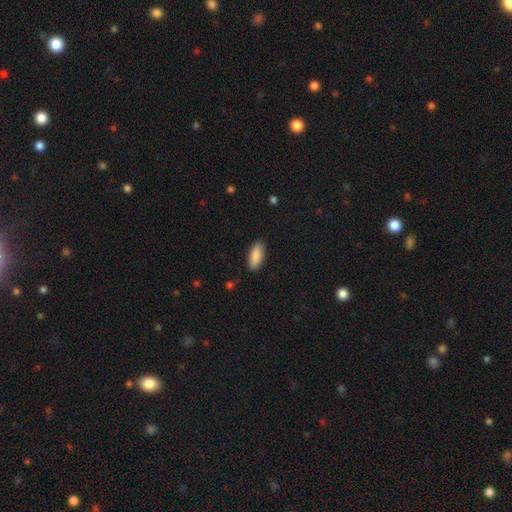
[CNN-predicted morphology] smooth 88%, featured or disk 6%, star or artifact 6%. Down the decision tree: how rounded — in between (80%); merging — none (88%).